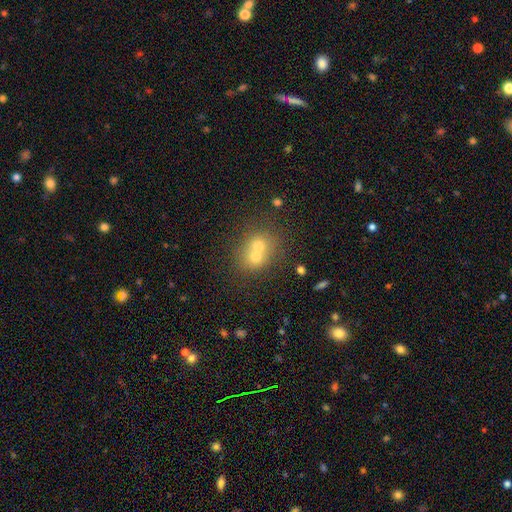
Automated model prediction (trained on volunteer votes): A smooth galaxy with no disk features (62%) that is round (72%).

Vote fractions:
- Smooth or featured? smooth: 62% / featured or disk: 24% / star or artifact: 14%
- How rounded? round: 72% / in between: 27% / cigar-shaped: 1%
- Merging? merger: 64% / none: 28% / minor disturbance: 5% / major disturbance: 3%